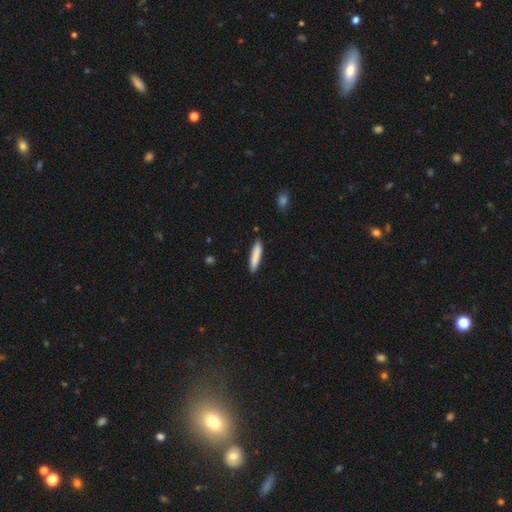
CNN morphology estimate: Smooth or featured: smooth — 85% (featured or disk — 9%)
How rounded: cigar-shaped — 87% (in between — 12%)
Merging: none — 88% (minor disturbance — 9%)